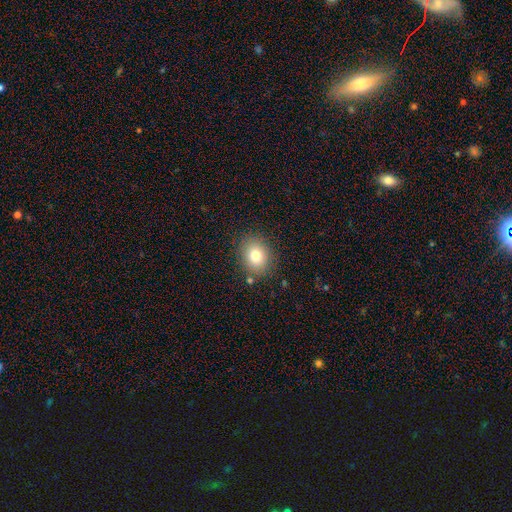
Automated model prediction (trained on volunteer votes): Smooth or featured?
  - smooth: 78% *
  - star or artifact: 11%
  - featured or disk: 11%
How rounded?
  - round: 60% *
  - in between: 39%
  - cigar-shaped: 1%
Merging?
  - none: 85% *
  - minor disturbance: 10%
  - major disturbance: 3%
  - merger: 3%